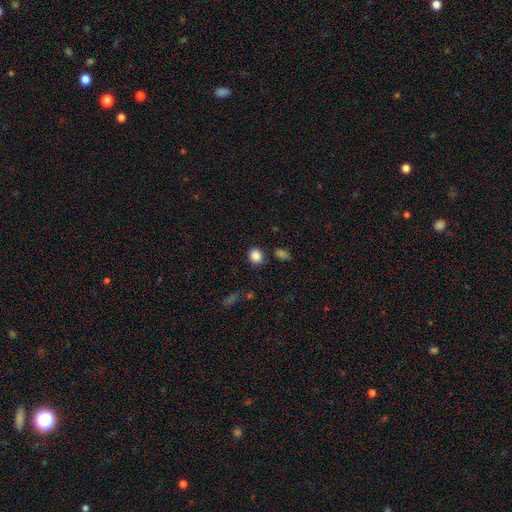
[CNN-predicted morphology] smooth_or_featured: smooth (p=0.85) [alt: star or artifact p=0.11]
how_rounded: round (p=0.82) [alt: in between p=0.17]
merging: none (p=0.84) [alt: minor disturbance p=0.09]